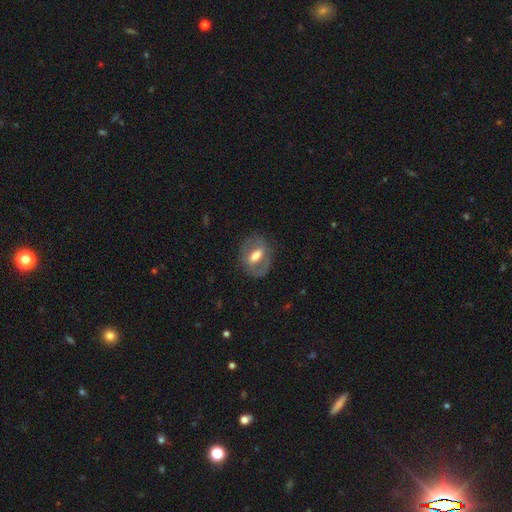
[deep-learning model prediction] Smooth or featured?
  - featured or disk: 50% *
  - smooth: 42%
  - star or artifact: 7%
Edge-on disk?
  - no: 84% *
  - yes: 16%
Merging?
  - none: 75% *
  - minor disturbance: 14%
  - major disturbance: 9%
  - merger: 1%